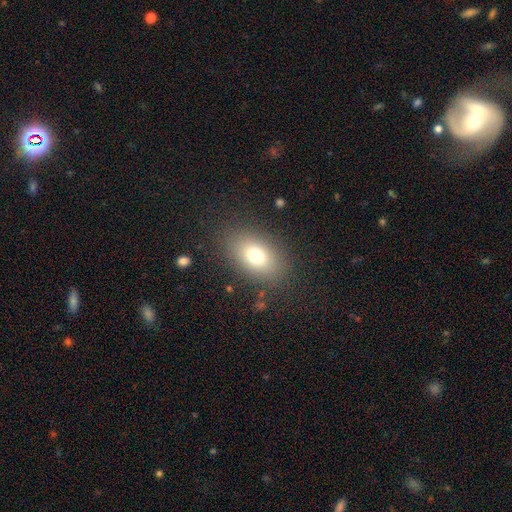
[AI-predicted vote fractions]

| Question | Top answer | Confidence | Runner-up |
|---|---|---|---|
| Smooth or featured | smooth | 74% | featured or disk (14%) |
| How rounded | in between | 81% | round (17%) |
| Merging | none | 83% | minor disturbance (10%) |